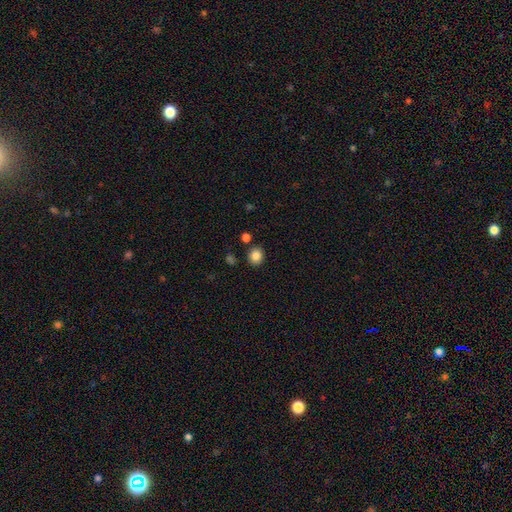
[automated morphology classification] Overall: smooth (85%). How rounded: round (75%). Merging: none (85%).